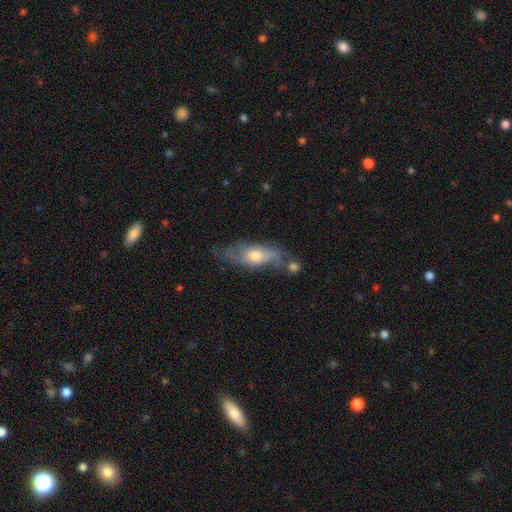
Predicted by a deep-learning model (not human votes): This is possibly a featured or disk galaxy (58%). It is likely not viewed edge-on (79%). Merging: possibly none (46%).